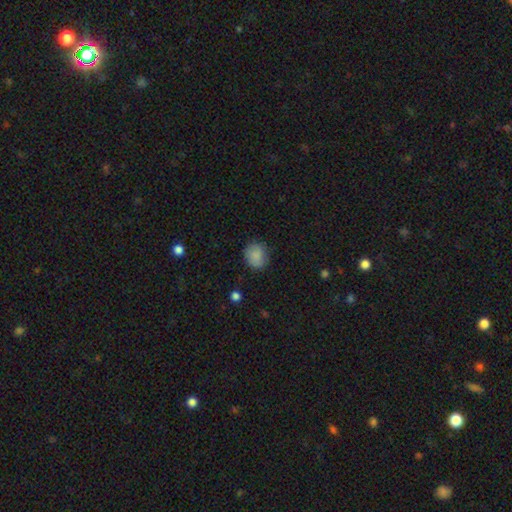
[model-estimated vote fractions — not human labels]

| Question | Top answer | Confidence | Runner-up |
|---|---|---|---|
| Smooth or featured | smooth | 85% | star or artifact (8%) |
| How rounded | round | 74% | in between (25%) |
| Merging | none | 79% | minor disturbance (16%) |